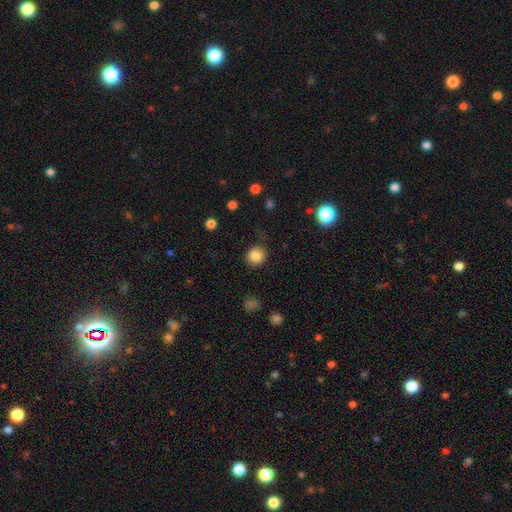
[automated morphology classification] A smooth galaxy with no disk features (86%) that is round (83%). Merging: none (79%).